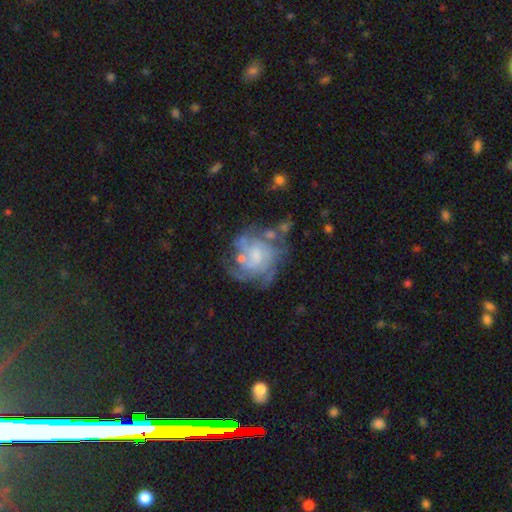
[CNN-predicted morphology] This is likely a featured or disk galaxy (73%). It is clearly not viewed edge-on (98%). Bar: likely no (67%). Spiral arm pattern: likely yes (79%). Spiral arm count: possibly can't tell (47%). Spiral winding: possibly tight (50%). Central bulge: marginally small (37%). Merging: possibly none (48%).